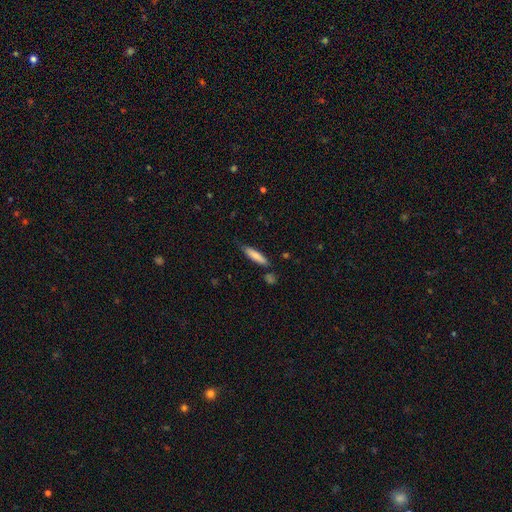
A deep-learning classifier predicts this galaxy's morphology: This appears to be a smooth galaxy with no disk features (80%) that is cigar-shaped (80%). Merging: none (74%).